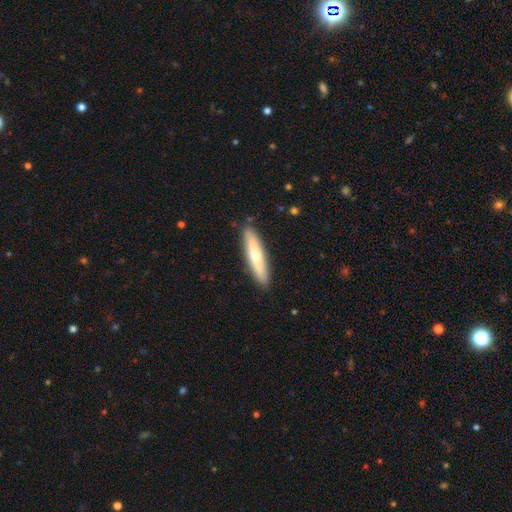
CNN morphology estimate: A smooth galaxy with no disk features (56%) that is cigar-shaped (84%).

Vote fractions:
- Smooth or featured? smooth: 56% / featured or disk: 38% / star or artifact: 5%
- How rounded? cigar-shaped: 84% / in between: 14% / round: 1%
- Merging? none: 89% / minor disturbance: 8% / major disturbance: 2% / merger: 1%